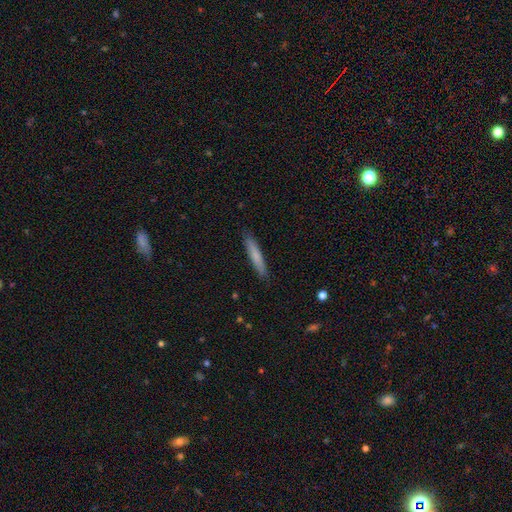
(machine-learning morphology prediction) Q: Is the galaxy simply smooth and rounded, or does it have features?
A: smooth — 74%.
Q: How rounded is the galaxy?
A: cigar-shaped — 93%.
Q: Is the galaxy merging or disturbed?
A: none — 89%.